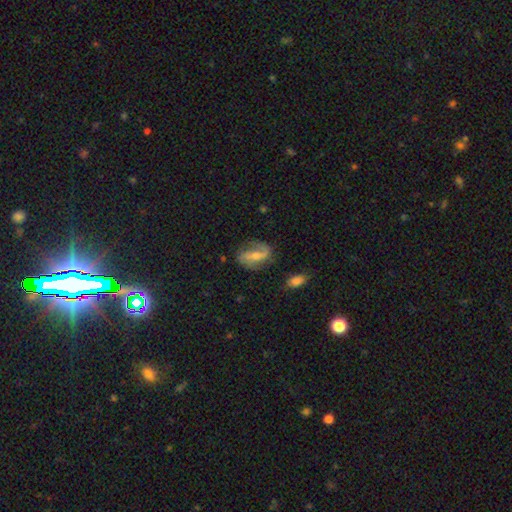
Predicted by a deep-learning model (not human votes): featured or disk 72%, smooth 21%, star or artifact 7%. Down the decision tree: edge-on disk — no (95%); bar — weak (37%); spiral arms — yes (90%); spiral arm count — 2 (79%); spiral winding — loose (53%); bulge size — small (48%); merging — none (65%).